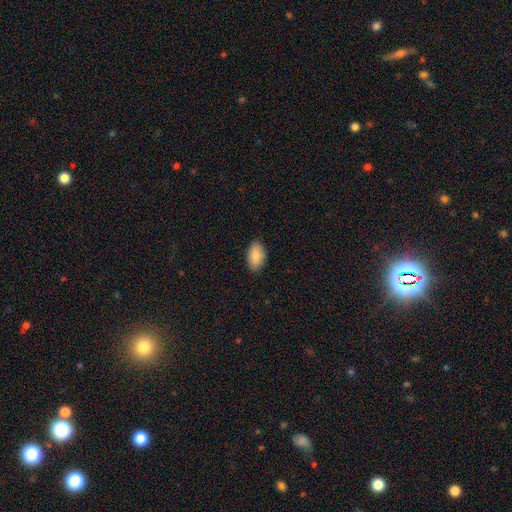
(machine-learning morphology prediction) A smooth galaxy with no disk features (85%) that is in between round and cigar-shaped (93%). Merging: none (88%).